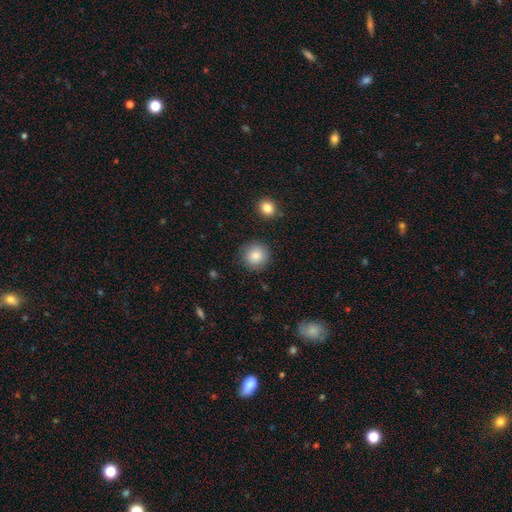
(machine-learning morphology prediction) A smooth galaxy with no disk features (85%) that is round (93%).

Vote fractions:
- Smooth or featured? smooth: 85% / star or artifact: 9% / featured or disk: 6%
- How rounded? round: 93% / in between: 7% / cigar-shaped: 1%
- Merging? none: 87% / minor disturbance: 9% / major disturbance: 3% / merger: 2%